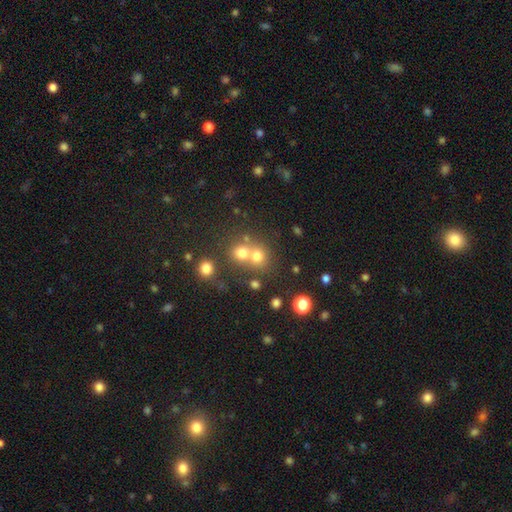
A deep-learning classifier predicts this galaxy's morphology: Smooth or featured?
  - smooth: 67% *
  - star or artifact: 19%
  - featured or disk: 13%
How rounded?
  - round: 82% *
  - in between: 17%
  - cigar-shaped: 1%
Merging?
  - merger: 50% *
  - none: 42%
  - minor disturbance: 6%
  - major disturbance: 3%